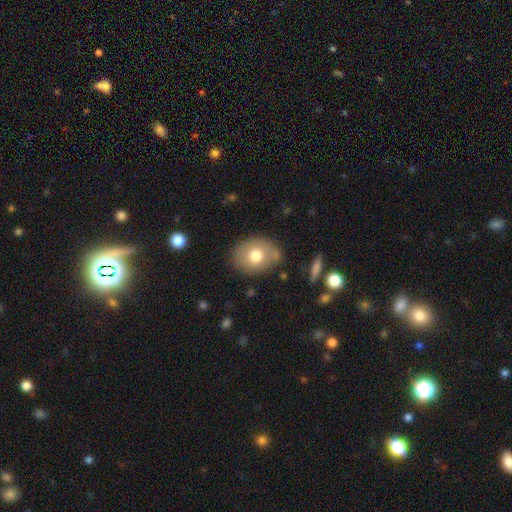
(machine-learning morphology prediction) smooth 72%, featured or disk 20%, star or artifact 8%. Down the decision tree: how rounded — in between (60%); merging — none (76%).